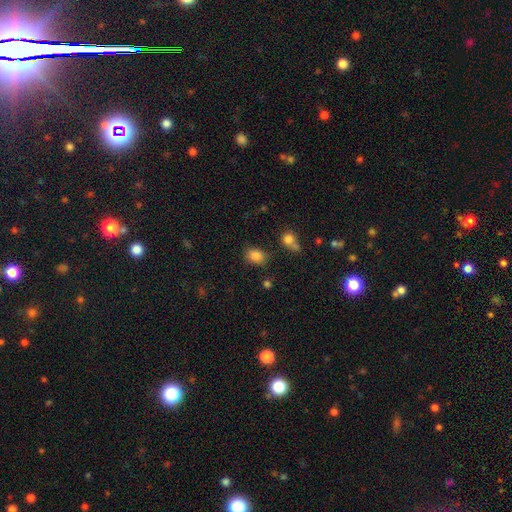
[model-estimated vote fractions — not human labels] Morphology: type=smooth (84%); roundness=in between (67%); merging=none (72%).